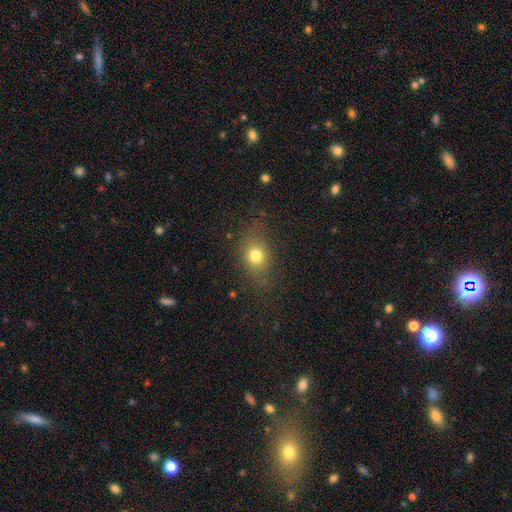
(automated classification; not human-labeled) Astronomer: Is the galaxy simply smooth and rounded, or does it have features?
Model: smooth — 75%.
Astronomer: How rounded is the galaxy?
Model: in between — 51% (runner-up: round, 47%).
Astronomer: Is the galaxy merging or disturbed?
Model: none — 73%.